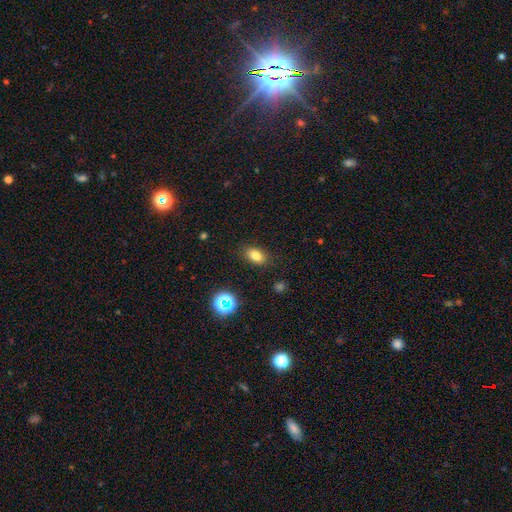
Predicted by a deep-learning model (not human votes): This appears to be a smooth galaxy with no disk features (78%) that is in between round and cigar-shaped (85%). Merging: none (85%).